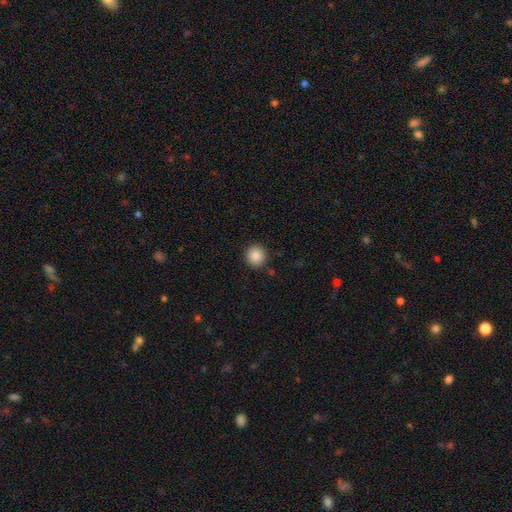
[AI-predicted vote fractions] Q: Smooth or featured?
A: smooth (87%); runner-up: star or artifact (9%)
Q: How rounded?
A: round (94%); runner-up: in between (5%)
Q: Merging?
A: none (91%); runner-up: minor disturbance (6%)